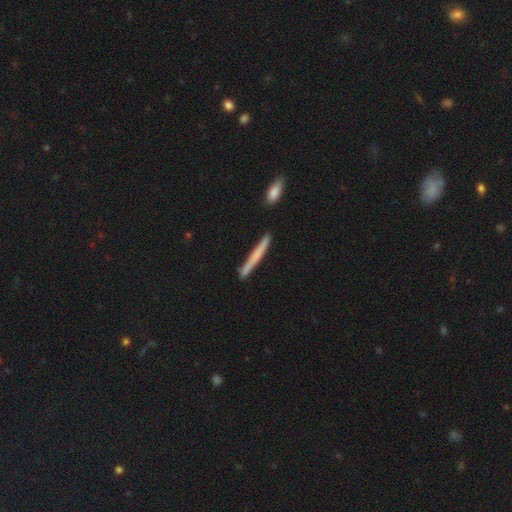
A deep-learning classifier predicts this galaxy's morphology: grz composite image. It shows a smooth galaxy with no disk features (60%) that is cigar-shaped (97%). Merging: none (86%).